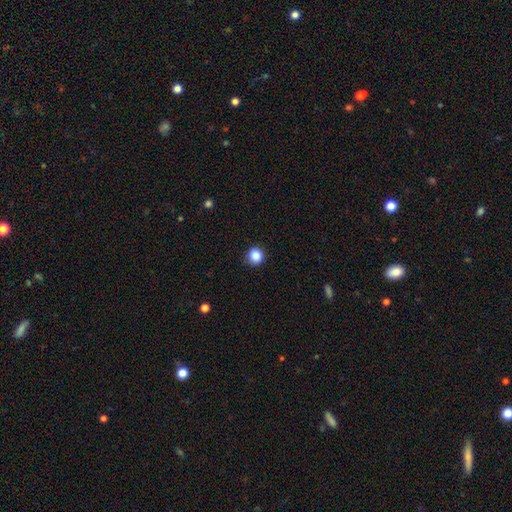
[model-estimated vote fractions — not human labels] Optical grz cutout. It shows a smooth galaxy with no disk features (86%) that is round (91%). Merging: none (88%).